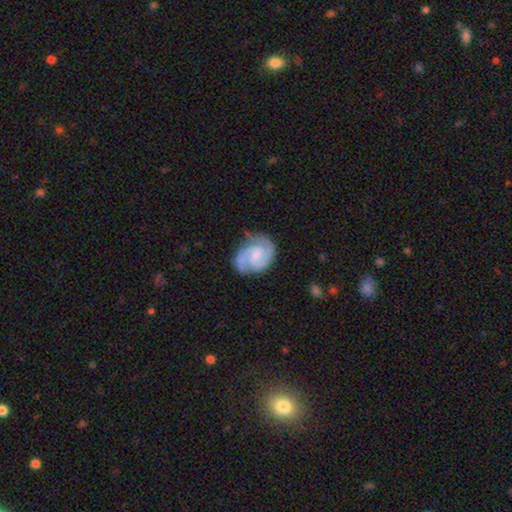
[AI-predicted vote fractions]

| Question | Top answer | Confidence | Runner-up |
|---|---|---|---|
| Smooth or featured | featured or disk | 86% | smooth (9%) |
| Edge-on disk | no | 98% | yes (2%) |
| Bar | weak | 51% | no (39%) |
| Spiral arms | yes | 97% | no (3%) |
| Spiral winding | medium | 47% | tight (44%) |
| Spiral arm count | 2 | 85% | 3 (5%) |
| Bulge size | small | 46% | moderate (26%) |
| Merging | none | 72% | minor disturbance (20%) |